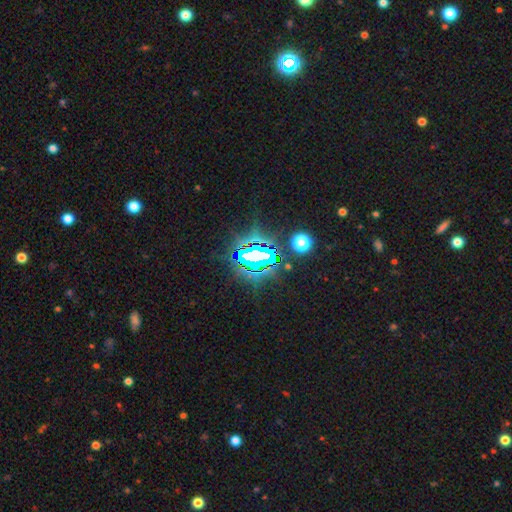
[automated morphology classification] A star or artifact, not a galaxy (76%).

Vote fractions:
- Smooth or featured? star or artifact: 76% / featured or disk: 12% / smooth: 12%